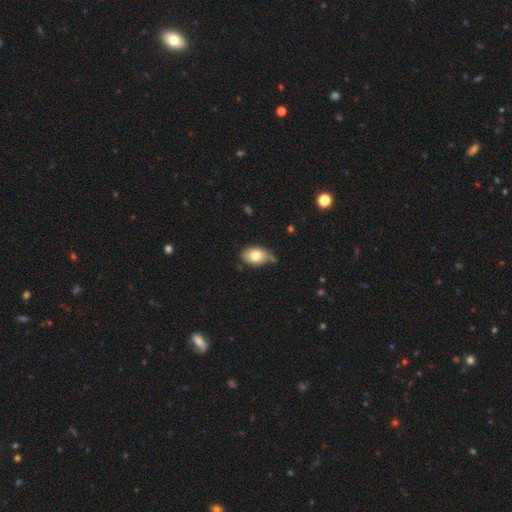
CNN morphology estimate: type=smooth (76%); roundness=in between (83%); merging=none (58%).